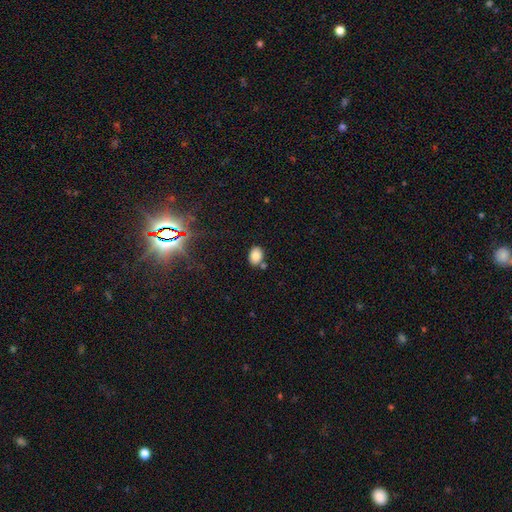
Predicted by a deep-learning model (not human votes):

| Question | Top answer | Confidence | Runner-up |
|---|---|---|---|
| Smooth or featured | smooth | 83% | star or artifact (10%) |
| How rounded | in between | 73% | round (26%) |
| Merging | none | 73% | minor disturbance (12%) |